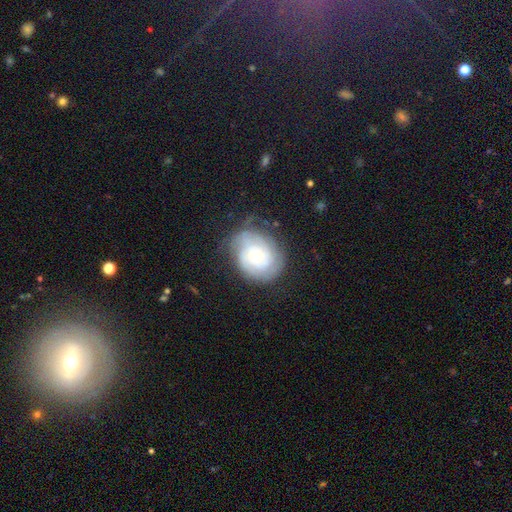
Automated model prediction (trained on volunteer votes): A featured or disk galaxy (65%) with no bar (79%), tight (71%) spiral arms (85%) and a small central bulge (63%). Merging: none (67%).